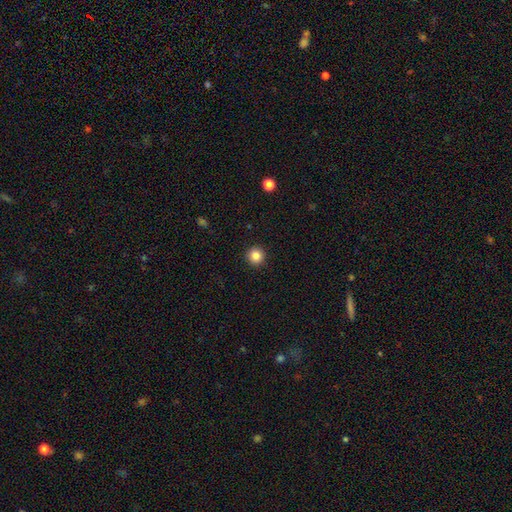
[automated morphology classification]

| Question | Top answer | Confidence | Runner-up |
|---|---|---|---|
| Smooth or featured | smooth | 85% | star or artifact (11%) |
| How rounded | round | 96% | in between (3%) |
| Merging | none | 93% | minor disturbance (4%) |